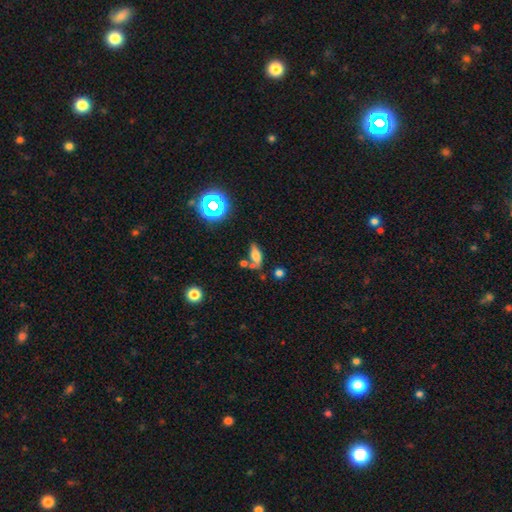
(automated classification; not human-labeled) A smooth galaxy with no disk features (60%) that is in between round and cigar-shaped (69%).

Vote fractions:
- Smooth or featured? smooth: 60% / featured or disk: 25% / star or artifact: 15%
- How rounded? in between: 69% / cigar-shaped: 25% / round: 6%
- Merging? none: 61% / minor disturbance: 17% / merger: 17% / major disturbance: 6%